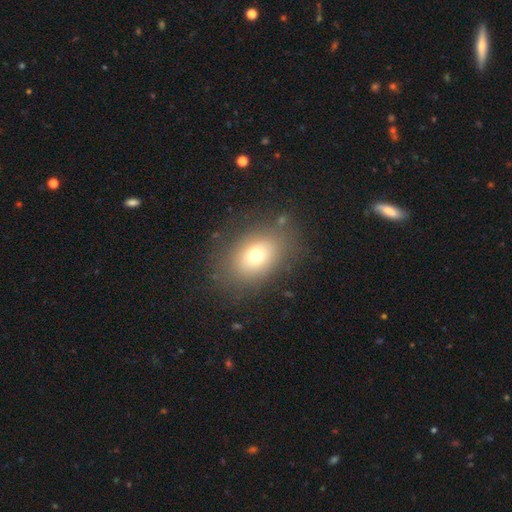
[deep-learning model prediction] smooth_or_featured: smooth (p=0.70) [alt: featured or disk p=0.17]
how_rounded: in between (p=0.72) [alt: round p=0.27]
merging: none (p=0.80) [alt: minor disturbance p=0.12]